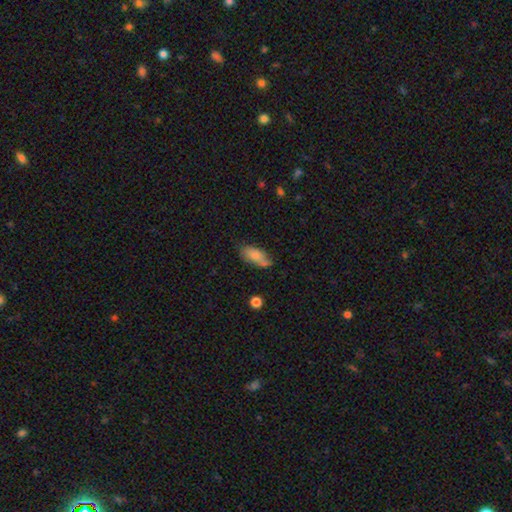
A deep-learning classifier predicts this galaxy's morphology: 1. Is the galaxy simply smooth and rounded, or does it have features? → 78% smooth, 15% featured or disk, 7% star or artifact.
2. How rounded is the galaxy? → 88% in between, 10% cigar-shaped, 2% round.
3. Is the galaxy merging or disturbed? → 58% none, 29% minor disturbance, 7% major disturbance, 6% merger.